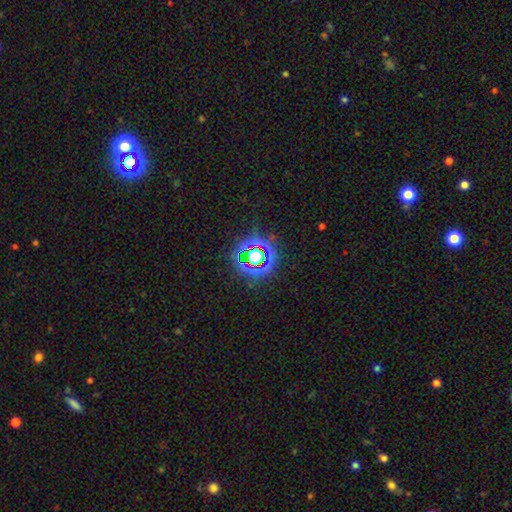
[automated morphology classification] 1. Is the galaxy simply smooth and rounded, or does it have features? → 69% star or artifact, 20% smooth, 11% featured or disk.